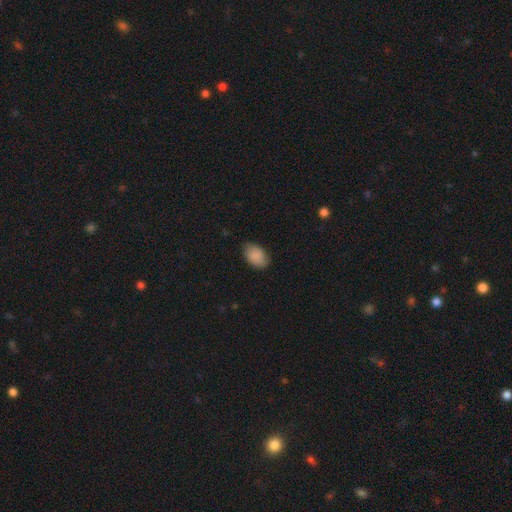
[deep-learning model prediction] This is clearly a smooth galaxy (87%). How rounded: clearly in between (88%). Merging: likely none (77%).